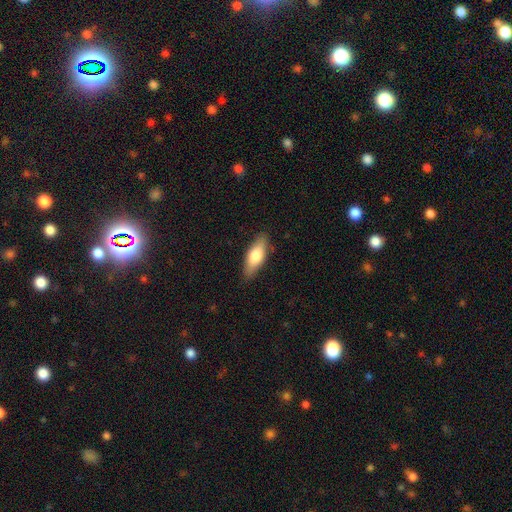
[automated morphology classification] Smooth or featured? Predicted: smooth (p=0.73). How rounded? Predicted: in between (p=0.71). Merging? Predicted: none (p=0.84).